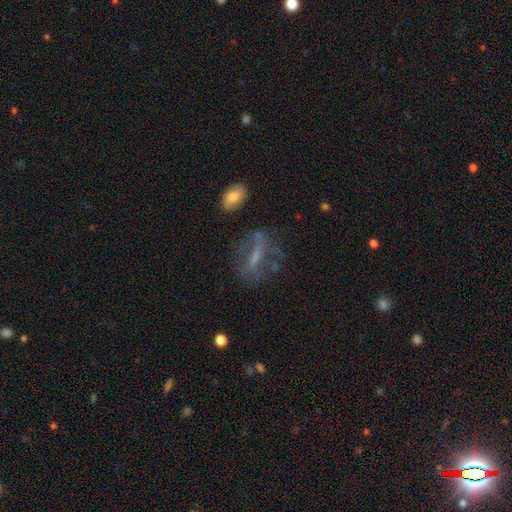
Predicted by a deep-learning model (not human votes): Morphology: type=featured or disk (51%); edge-on=no (80%); merging=none (56%).